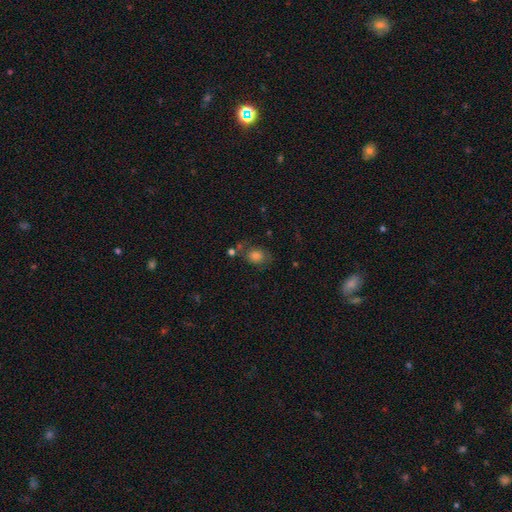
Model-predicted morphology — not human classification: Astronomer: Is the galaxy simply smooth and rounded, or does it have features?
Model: smooth — 68%.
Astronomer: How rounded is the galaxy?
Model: in between — 51% (runner-up: round, 47%).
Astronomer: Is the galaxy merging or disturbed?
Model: none — 61%.